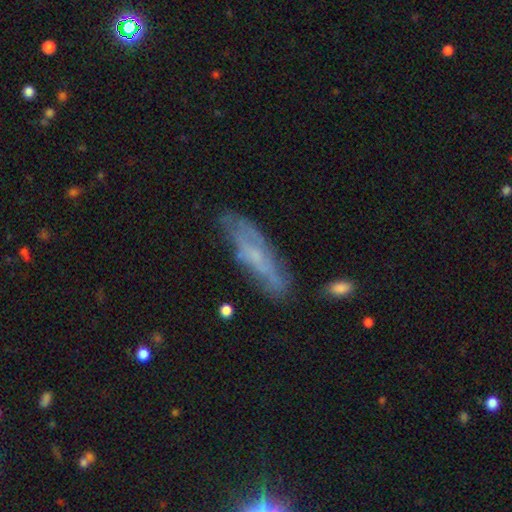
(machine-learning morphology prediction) The model was most divided on "edge-on disk": no: 56%, yes: 44%. More confident: merging — none (68%); smooth or featured — featured or disk (55%).